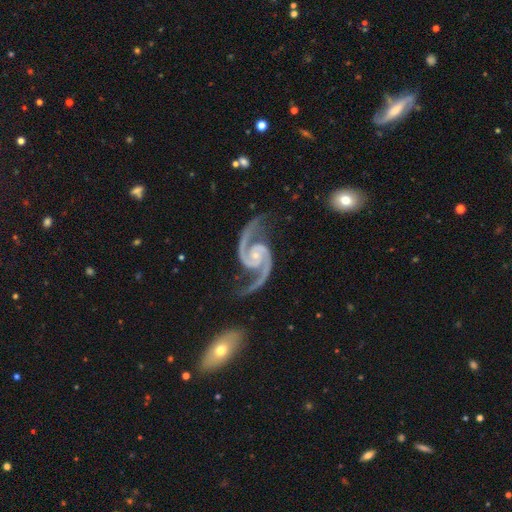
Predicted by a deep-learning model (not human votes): A featured or disk galaxy (95%) with no bar (61%), 2 (95%) medium (64%) spiral arms (99%) and a small central bulge (71%). Merging: none (71%).